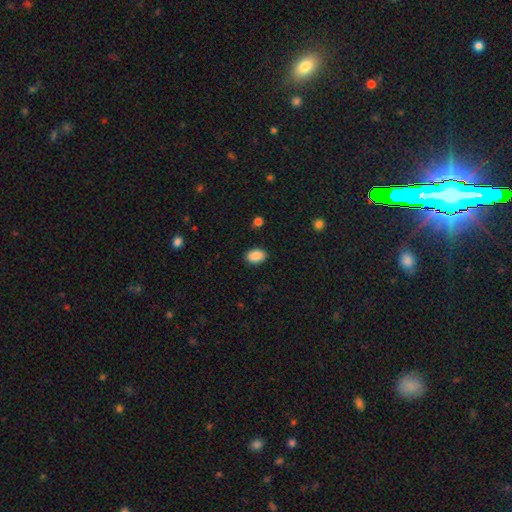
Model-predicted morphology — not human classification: The model was most divided on "how rounded": in between: 84%, round: 15%, cigar-shaped: 1%. More confident: smooth or featured — smooth (88%); merging — none (88%).